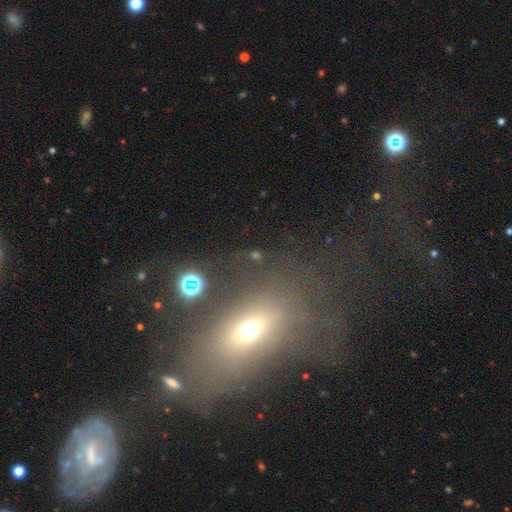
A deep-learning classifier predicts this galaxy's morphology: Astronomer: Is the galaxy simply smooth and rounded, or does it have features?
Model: smooth — 45% (runner-up: star or artifact, 35%).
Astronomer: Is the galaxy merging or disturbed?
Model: none — 65%.